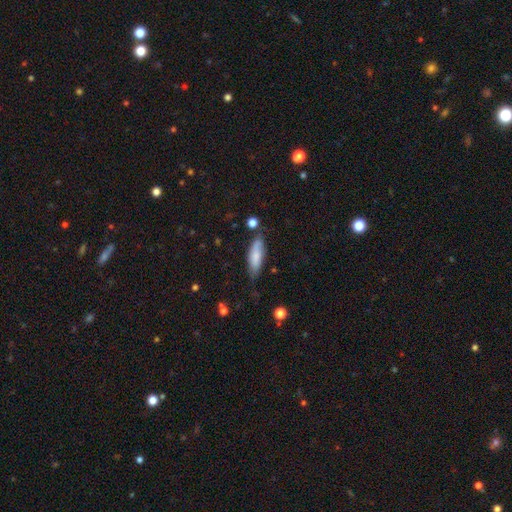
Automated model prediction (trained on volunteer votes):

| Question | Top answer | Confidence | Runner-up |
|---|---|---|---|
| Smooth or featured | smooth | 75% | featured or disk (18%) |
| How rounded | in between | 55% | cigar-shaped (43%) |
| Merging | none | 65% | minor disturbance (26%) |